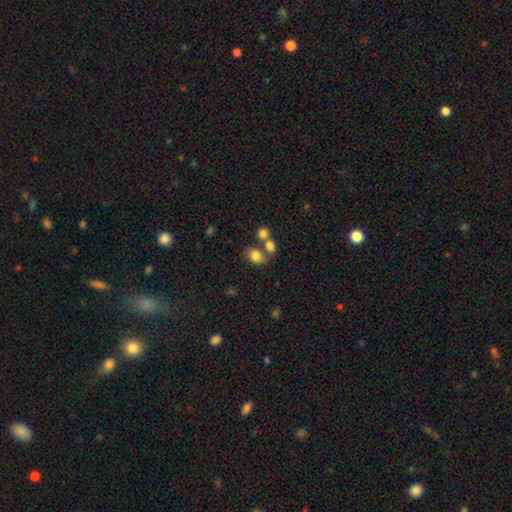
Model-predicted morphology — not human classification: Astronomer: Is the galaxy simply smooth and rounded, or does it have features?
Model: smooth — 80%.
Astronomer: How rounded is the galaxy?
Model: in between — 57% (runner-up: round, 42%).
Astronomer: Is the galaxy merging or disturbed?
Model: none — 54% (runner-up: merger, 29%).